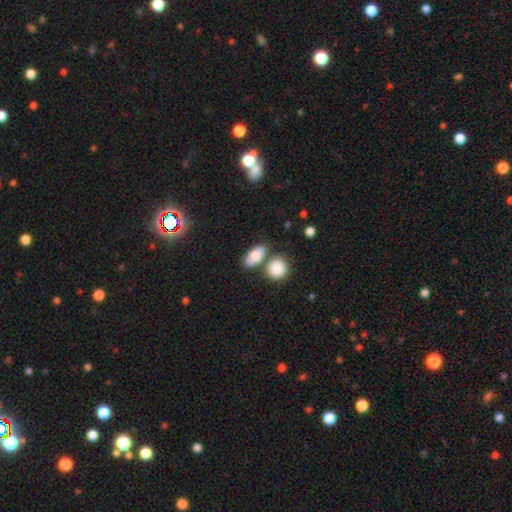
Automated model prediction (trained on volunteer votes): A smooth galaxy with no disk features (81%) that is in between round and cigar-shaped (85%). Merging: none (61%).